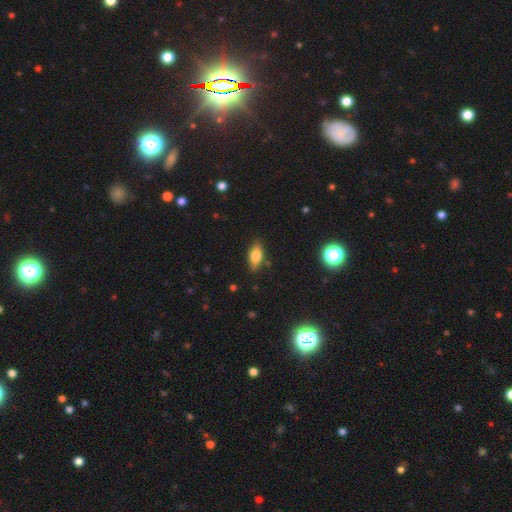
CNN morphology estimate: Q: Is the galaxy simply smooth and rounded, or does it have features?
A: smooth — 72%.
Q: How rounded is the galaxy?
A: in between — 81%.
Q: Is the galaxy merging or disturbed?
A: none — 83%.